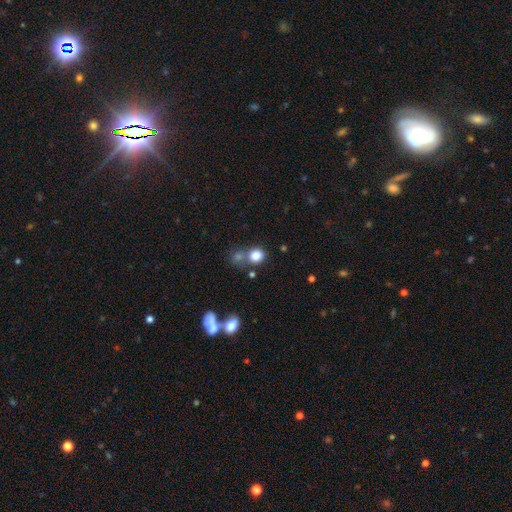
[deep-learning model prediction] Overall: smooth (82%). How rounded: round (77%). Merging: none (54%; merger 30%).